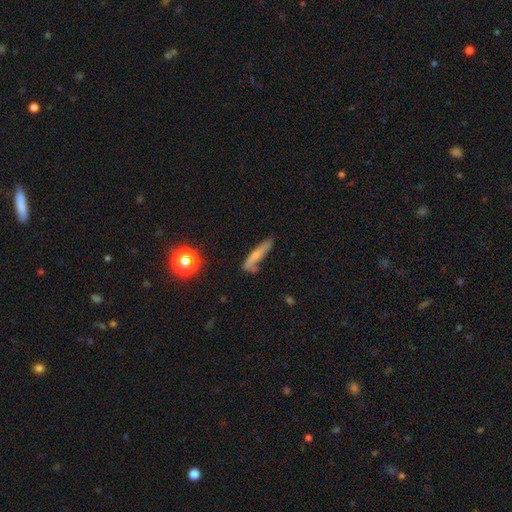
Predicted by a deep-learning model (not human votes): Smooth or featured? smooth (56%)
How rounded? cigar-shaped (81%)
Merging? none (53%)